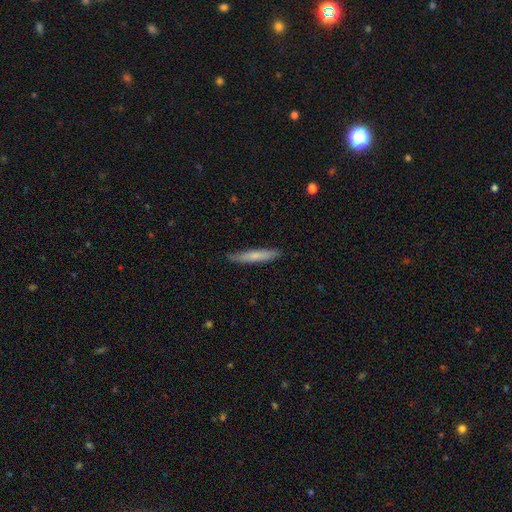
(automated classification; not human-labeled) Q: Smooth or featured?
A: smooth (66%); runner-up: featured or disk (28%)
Q: How rounded?
A: cigar-shaped (94%); runner-up: in between (5%)
Q: Merging?
A: none (86%); runner-up: minor disturbance (11%)